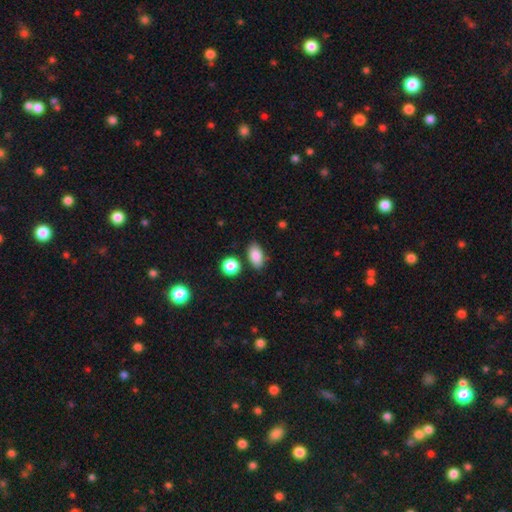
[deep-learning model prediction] smooth_or_featured: smooth (p=0.86) [alt: star or artifact p=0.08]
how_rounded: in between (p=0.91) [alt: round p=0.07]
merging: none (p=0.81) [alt: minor disturbance p=0.11]